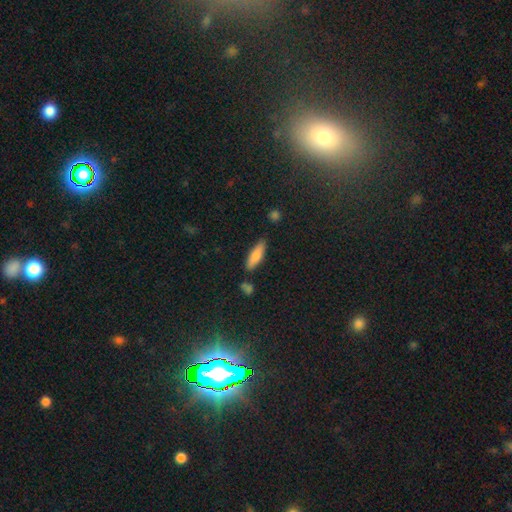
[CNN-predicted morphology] The model was most divided on "how rounded": cigar-shaped: 52%, in between: 46%, round: 2%. More confident: merging — none (80%); smooth or featured — smooth (78%).